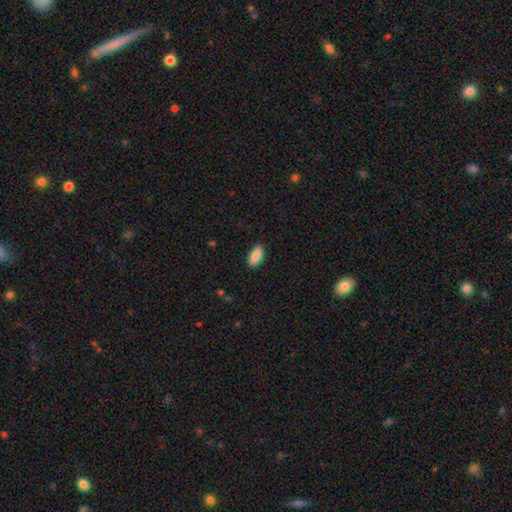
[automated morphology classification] smooth_or_featured: smooth (p=0.88) [alt: star or artifact p=0.06]
how_rounded: in between (p=0.89) [alt: cigar-shaped p=0.09]
merging: none (p=0.89) [alt: minor disturbance p=0.08]